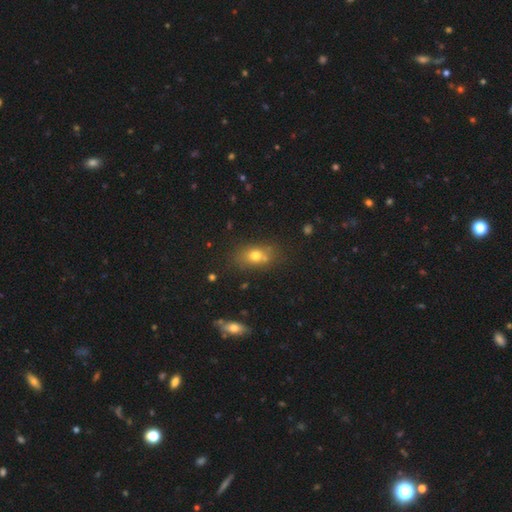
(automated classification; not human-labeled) Overall: smooth (70%). How rounded: in between (68%; round 28%). Merging: none (67%).